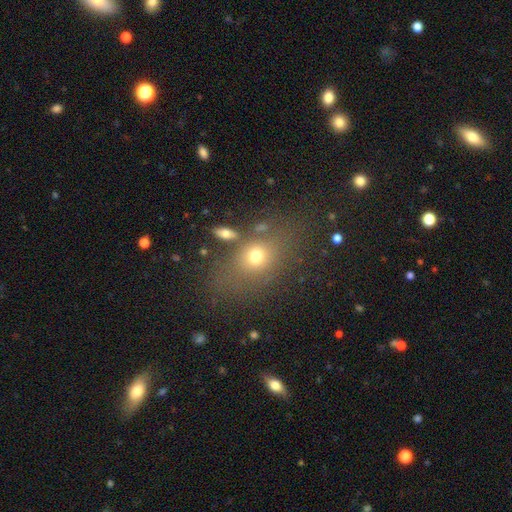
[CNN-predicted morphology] Smooth or featured? Predicted: smooth (p=0.67). How rounded? Predicted: in between (p=0.62). Merging? Predicted: none (p=0.58).